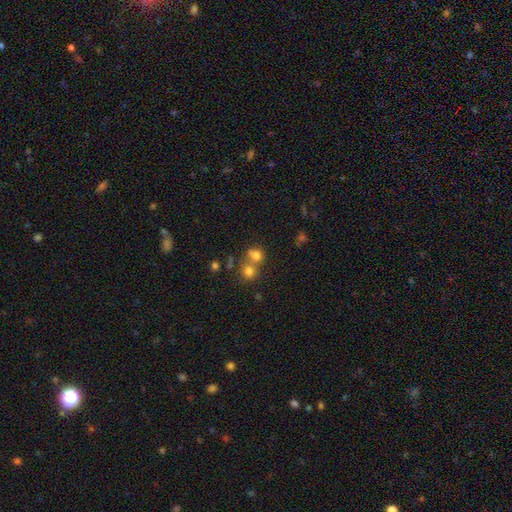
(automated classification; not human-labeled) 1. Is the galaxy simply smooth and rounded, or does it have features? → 75% smooth, 14% star or artifact, 11% featured or disk.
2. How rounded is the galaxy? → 73% round, 26% in between, 1% cigar-shaped.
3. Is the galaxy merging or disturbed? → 51% merger, 38% none, 7% minor disturbance, 4% major disturbance.